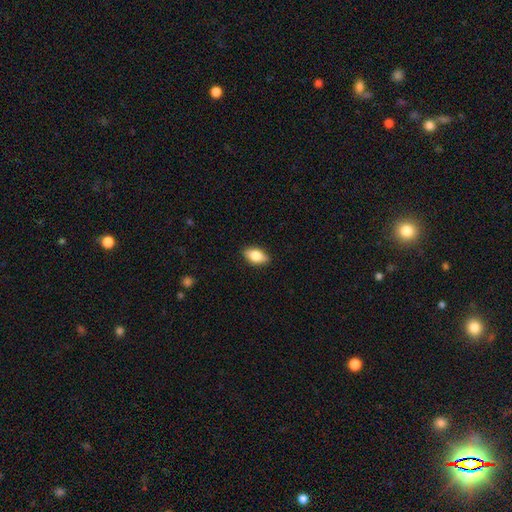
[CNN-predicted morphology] smooth-or-featured: smooth: 82% | featured or disk: 11% | star or artifact: 7%
  how-rounded: in between: 90% | round: 6% | cigar-shaped: 4%
  merging: none: 88% | minor disturbance: 9% | major disturbance: 2% | merger: 1%